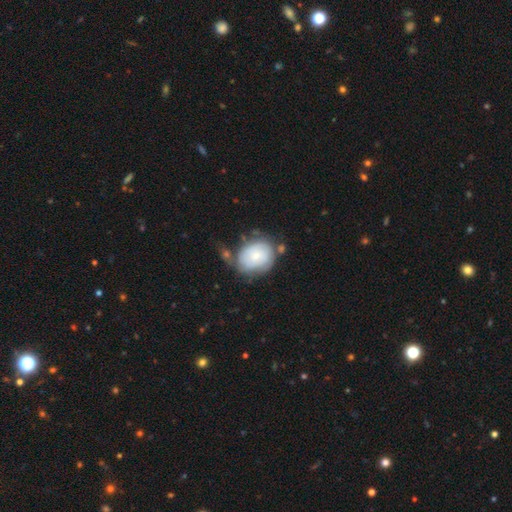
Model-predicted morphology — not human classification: Overall: smooth (54%; featured or disk 40%). How rounded: in between (50%; round 49%). Merging: none (50%; minor disturbance 26%).